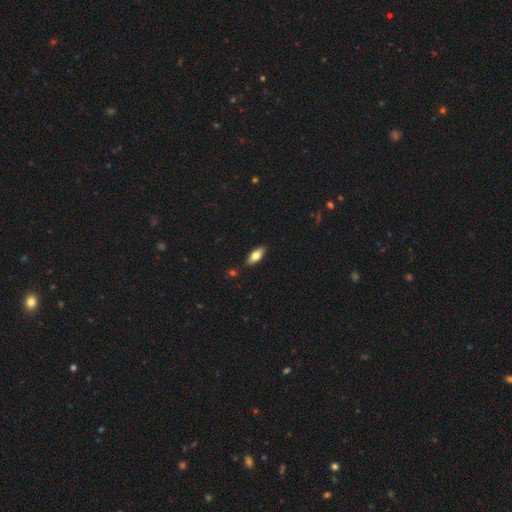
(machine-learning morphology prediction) Smooth or featured? Predicted: smooth (p=0.64). How rounded? Predicted: in between (p=0.75). Merging? Predicted: none (p=0.86).